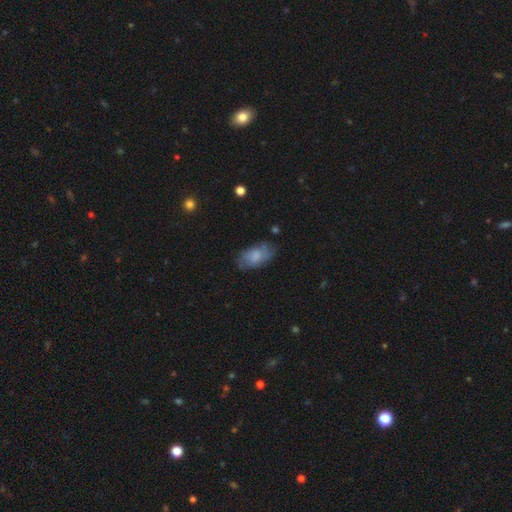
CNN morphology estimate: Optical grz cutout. It shows a smooth galaxy with no disk features (64%) that is in between round and cigar-shaped (92%). Merging: none (63%).